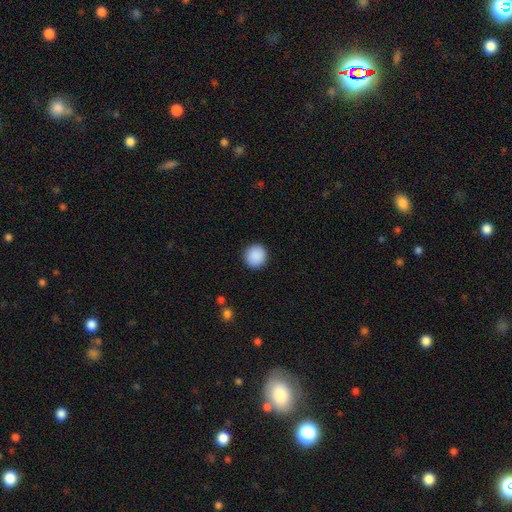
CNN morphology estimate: Smooth or featured?
  - smooth: 90% *
  - star or artifact: 8%
  - featured or disk: 2%
How rounded?
  - round: 94% *
  - in between: 5%
  - cigar-shaped: 1%
Merging?
  - none: 92% *
  - minor disturbance: 5%
  - major disturbance: 2%
  - merger: 1%